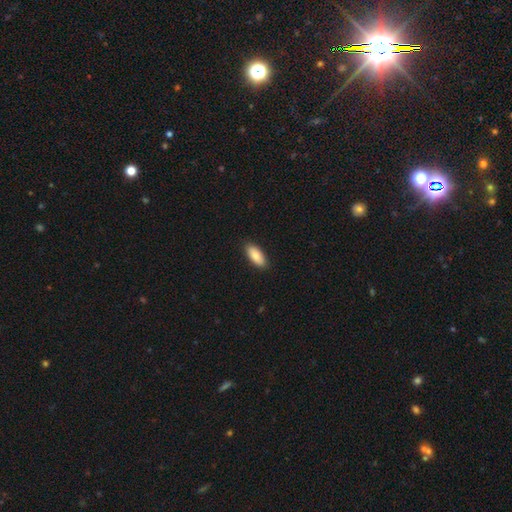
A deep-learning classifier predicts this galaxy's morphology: Q: Smooth or featured?
A: smooth (86%); runner-up: featured or disk (9%)
Q: How rounded?
A: in between (84%); runner-up: cigar-shaped (14%)
Q: Merging?
A: none (89%); runner-up: minor disturbance (8%)